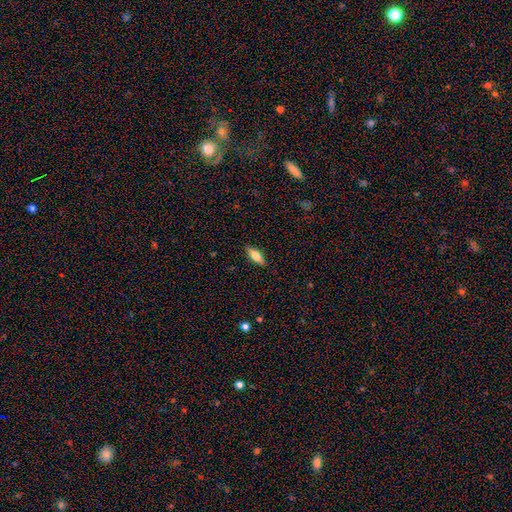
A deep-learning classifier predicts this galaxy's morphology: Overall: smooth (66%; featured or disk 27%). How rounded: in between (64%; cigar-shaped 33%). Merging: none (88%).